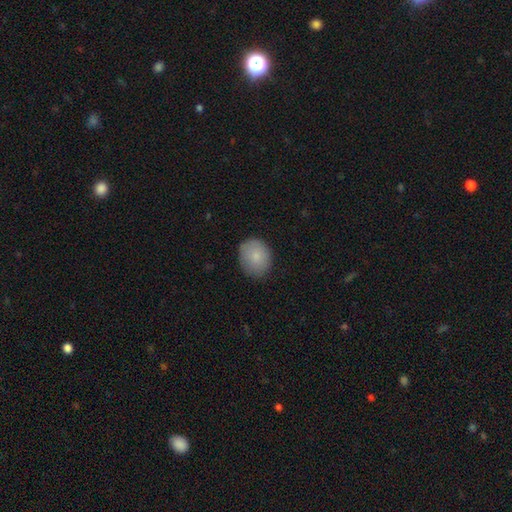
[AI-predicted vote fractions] smooth 84%, featured or disk 9%, star or artifact 7%. Down the decision tree: how rounded — round (60%); merging — none (81%).